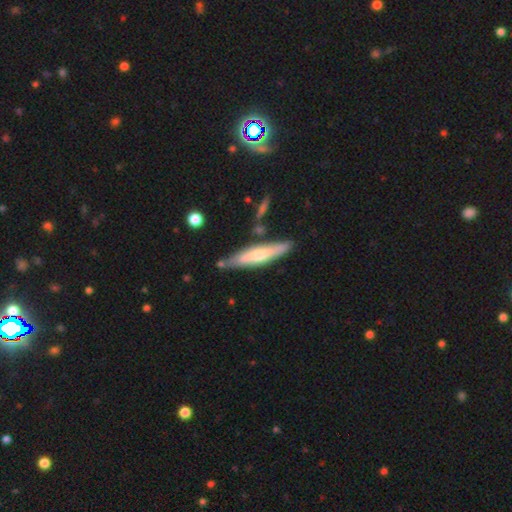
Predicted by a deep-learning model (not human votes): Smooth or featured? Predicted: featured or disk (p=0.49). Merging? Predicted: none (p=0.77).